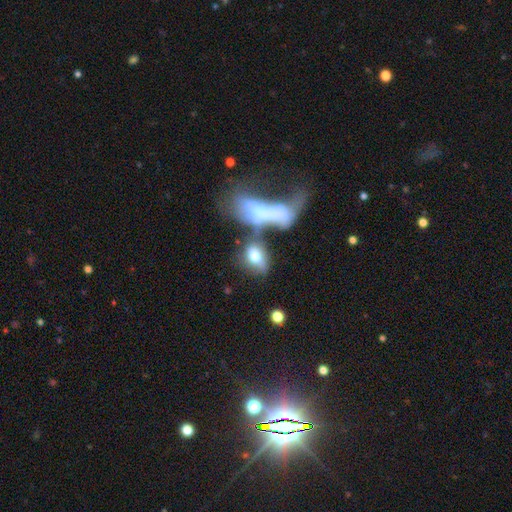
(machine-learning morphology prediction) Overall: smooth (68%). How rounded: in between (76%). Merging: merger (39%; none 33%).